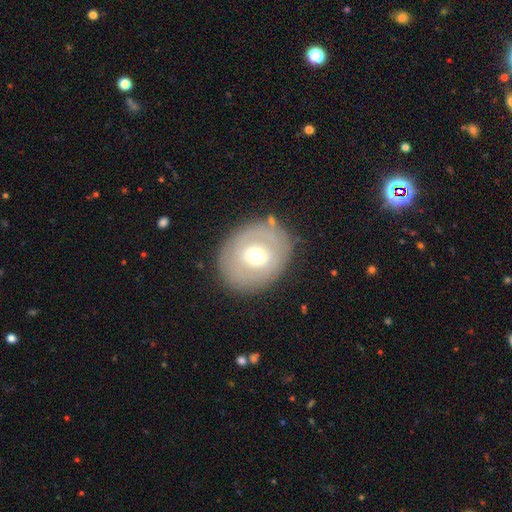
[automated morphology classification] smooth_or_featured: featured or disk (p=0.48) [alt: smooth p=0.44]
merging: none (p=0.82) [alt: minor disturbance p=0.12]